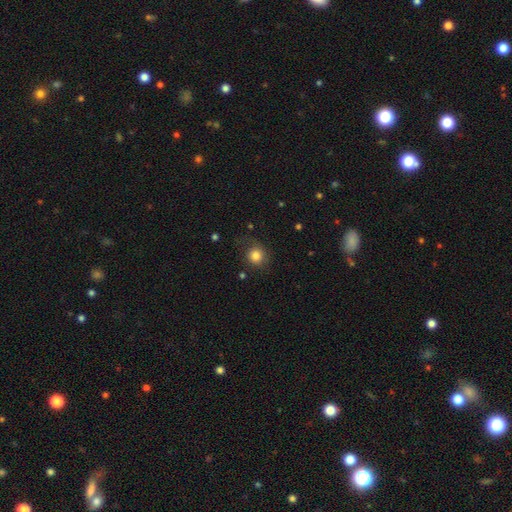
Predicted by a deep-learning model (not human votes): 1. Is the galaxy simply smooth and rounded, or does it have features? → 82% smooth, 11% star or artifact, 7% featured or disk.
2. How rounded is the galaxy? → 87% round, 12% in between, 1% cigar-shaped.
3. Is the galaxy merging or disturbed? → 71% none, 19% minor disturbance, 9% major disturbance, 2% merger.